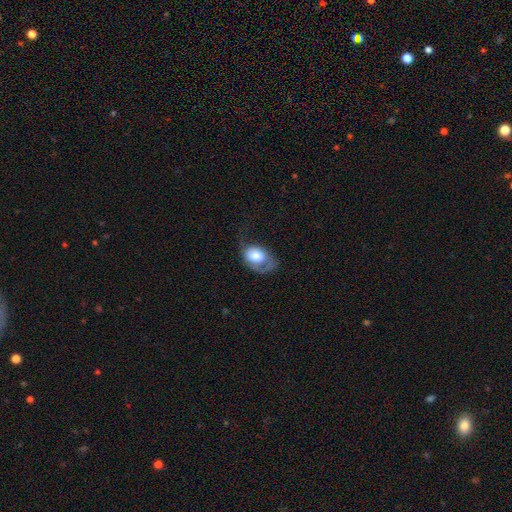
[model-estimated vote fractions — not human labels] Smooth or featured? Predicted: smooth (p=0.61). How rounded? Predicted: in between (p=0.72). Merging? Predicted: major disturbance (p=0.42).